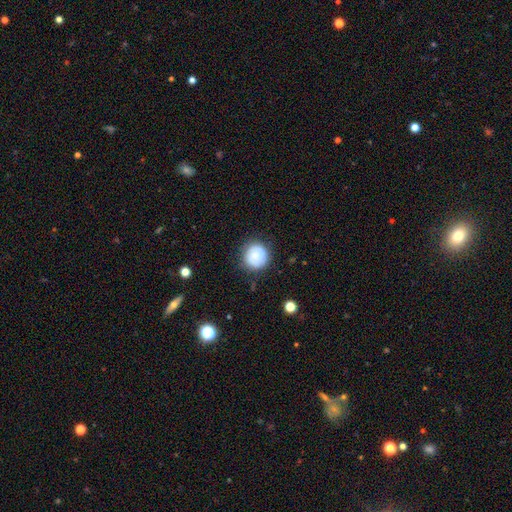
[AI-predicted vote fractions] Smooth or featured? smooth (80%)
How rounded? round (92%)
Merging? none (81%)